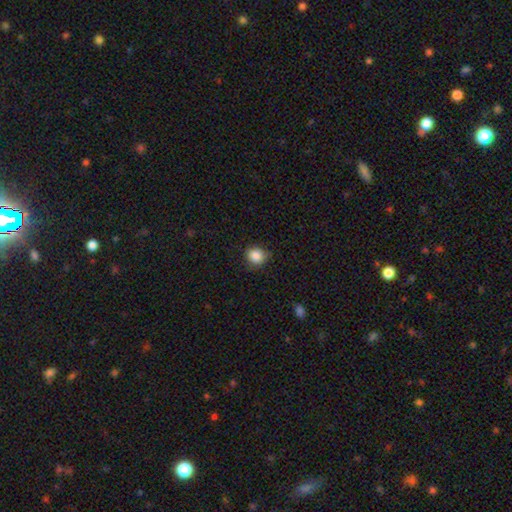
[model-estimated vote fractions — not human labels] smooth_or_featured: smooth (p=0.86) [alt: star or artifact p=0.10]
how_rounded: round (p=0.84) [alt: in between p=0.15]
merging: none (p=0.82) [alt: minor disturbance p=0.14]